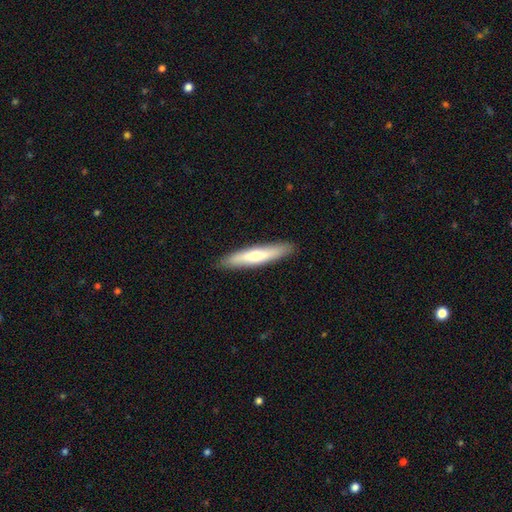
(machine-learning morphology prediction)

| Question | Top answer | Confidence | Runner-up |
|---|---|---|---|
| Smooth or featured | smooth | 59% | featured or disk (36%) |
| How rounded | cigar-shaped | 89% | in between (10%) |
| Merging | none | 89% | minor disturbance (8%) |